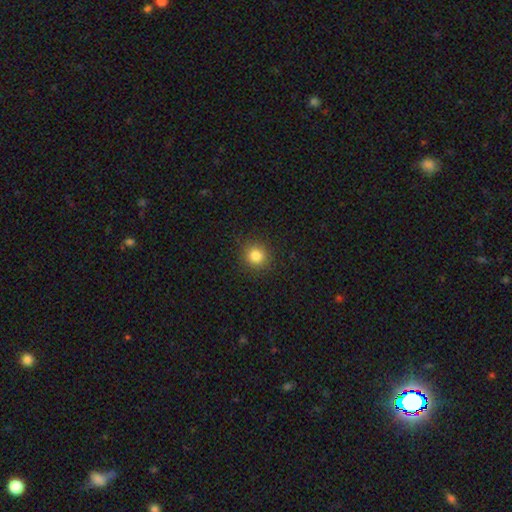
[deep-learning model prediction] A smooth galaxy with no disk features (83%) that is round (90%). Merging: none (90%).